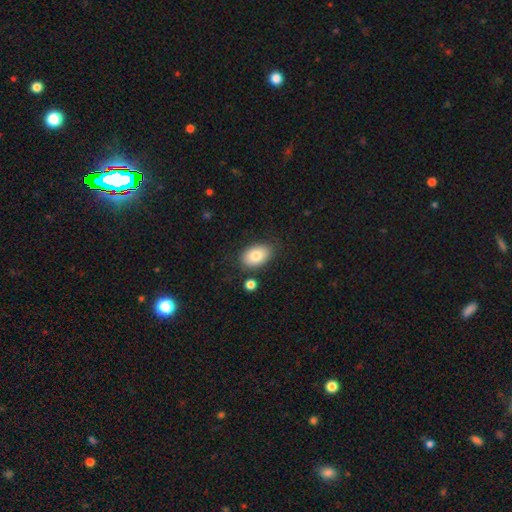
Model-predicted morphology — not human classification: Overall: smooth (82%). How rounded: in between (89%). Merging: none (80%).